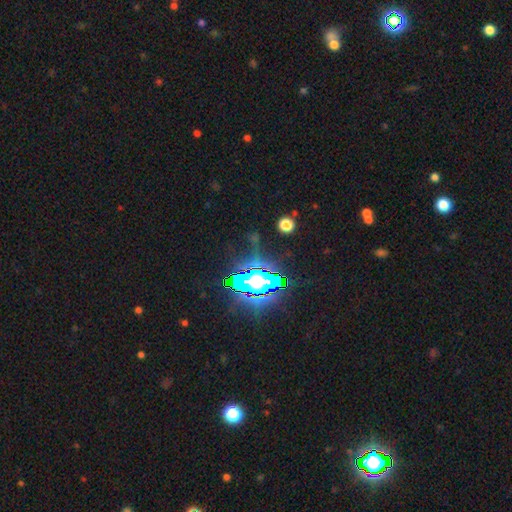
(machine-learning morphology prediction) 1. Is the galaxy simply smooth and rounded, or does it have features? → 77% star or artifact, 12% smooth, 11% featured or disk.